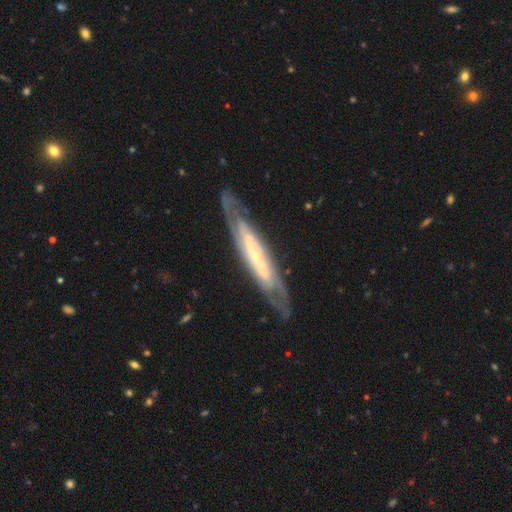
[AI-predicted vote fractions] smooth-or-featured: featured or disk: 79% | smooth: 16% | star or artifact: 5%
  disk-edge-on: no: 55% | yes: 45%
  merging: none: 77% | minor disturbance: 15% | major disturbance: 6% | merger: 2%